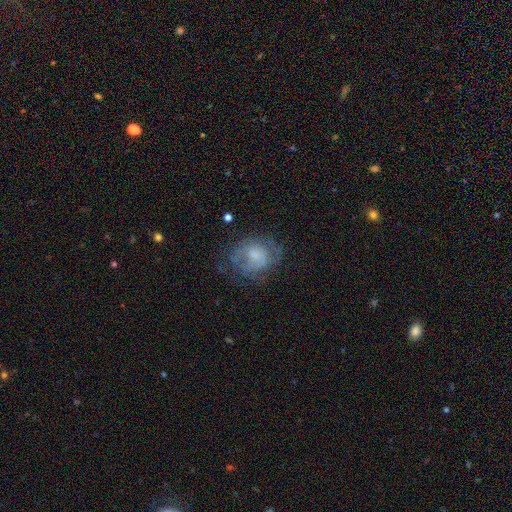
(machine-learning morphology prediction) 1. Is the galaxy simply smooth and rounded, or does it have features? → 45% smooth (tied), 45% featured or disk (tied), 10% star or artifact.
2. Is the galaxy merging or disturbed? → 55% none, 24% minor disturbance, 20% major disturbance, 2% merger.